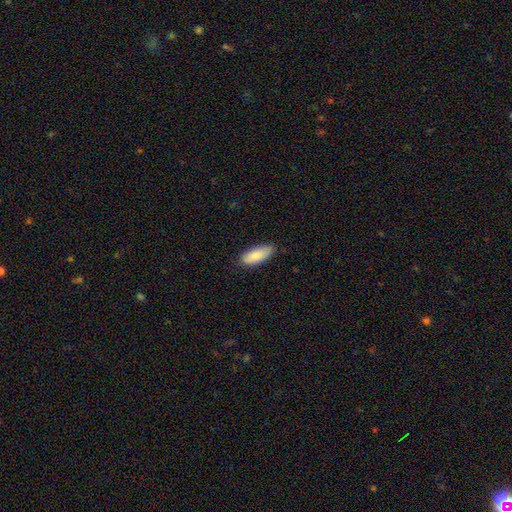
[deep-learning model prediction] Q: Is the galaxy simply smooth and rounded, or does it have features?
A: smooth — 87%.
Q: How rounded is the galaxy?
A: in between — 80%.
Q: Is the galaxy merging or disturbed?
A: none — 82%.